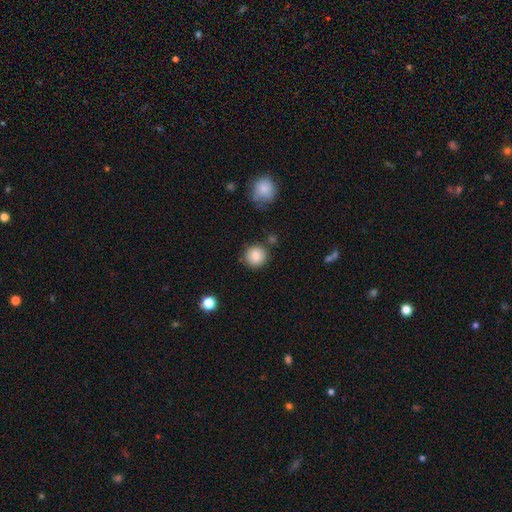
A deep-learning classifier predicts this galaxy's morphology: This is clearly a smooth galaxy (86%). How rounded: clearly round (91%). Merging: clearly none (83%).